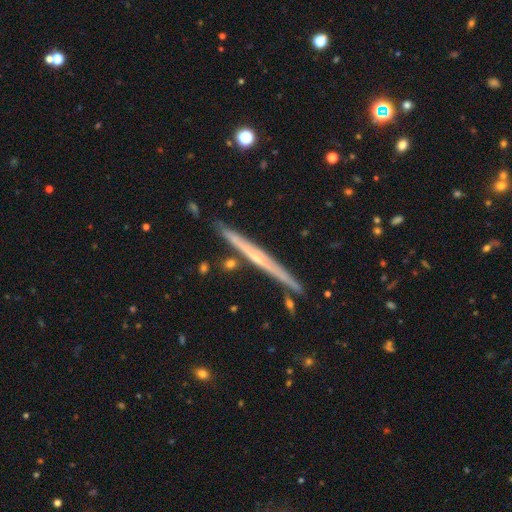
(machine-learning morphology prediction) A featured or disk galaxy (75%) viewed edge-on (98%) with a rounded central bulge (50%). Merging: none (88%).